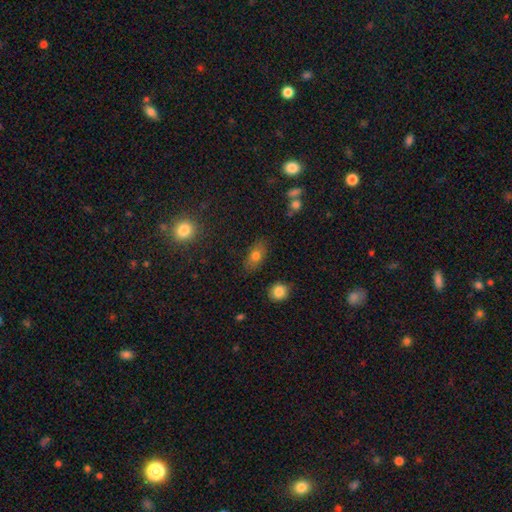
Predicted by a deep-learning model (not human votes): This is likely a smooth galaxy (75%). How rounded: clearly in between (84%). Merging: clearly none (81%).